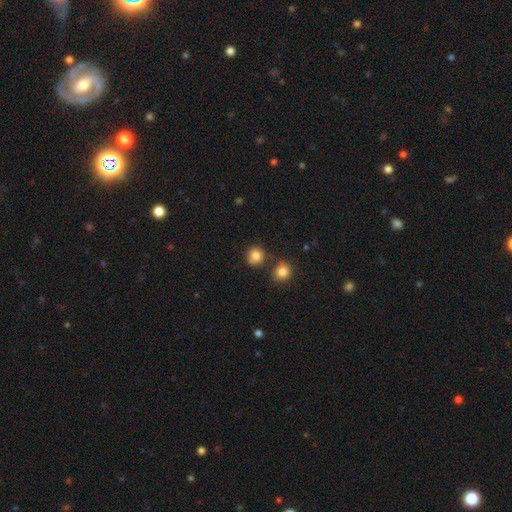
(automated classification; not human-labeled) smooth-or-featured: smooth: 82% | star or artifact: 11% | featured or disk: 6%
  how-rounded: round: 88% | in between: 11% | cigar-shaped: 1%
  merging: none: 74% | minor disturbance: 12% | merger: 11% | major disturbance: 3%